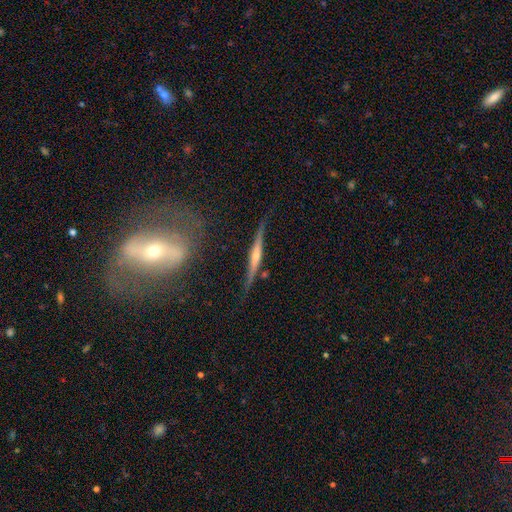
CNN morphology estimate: The model was most divided on "edge-on bulge": rounded: 57%, none: 30%, boxy: 13%. More confident: edge-on disk — yes (94%); merging — none (74%); smooth or featured — featured or disk (69%).